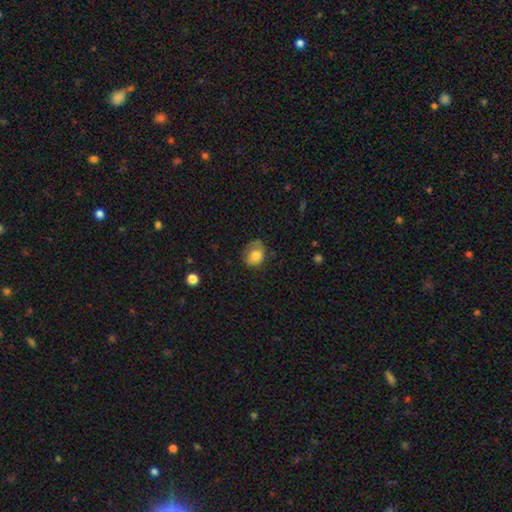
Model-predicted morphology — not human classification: type=smooth (76%); roundness=round (54%); merging=none (52%).